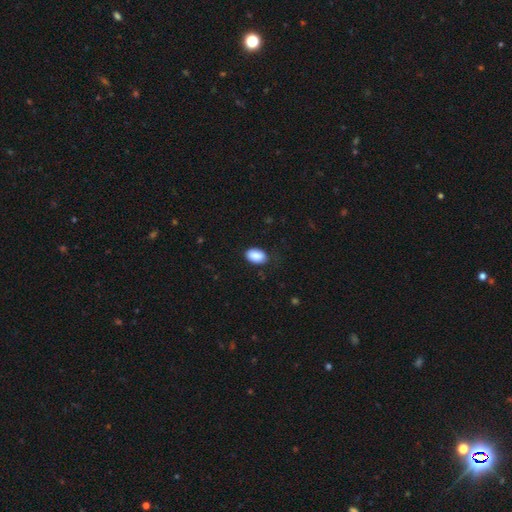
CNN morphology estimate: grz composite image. It shows a smooth galaxy with no disk features (89%) that is in between round and cigar-shaped (91%). Merging: none (77%).